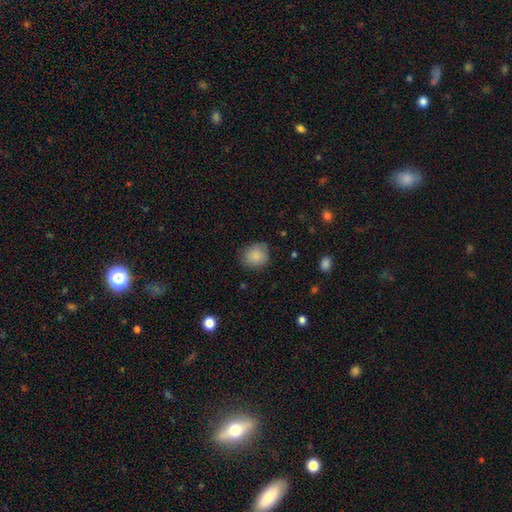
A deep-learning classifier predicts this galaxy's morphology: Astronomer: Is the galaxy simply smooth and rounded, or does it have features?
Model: smooth — 84%.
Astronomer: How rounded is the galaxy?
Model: round — 75%.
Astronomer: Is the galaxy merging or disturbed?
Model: none — 75%.